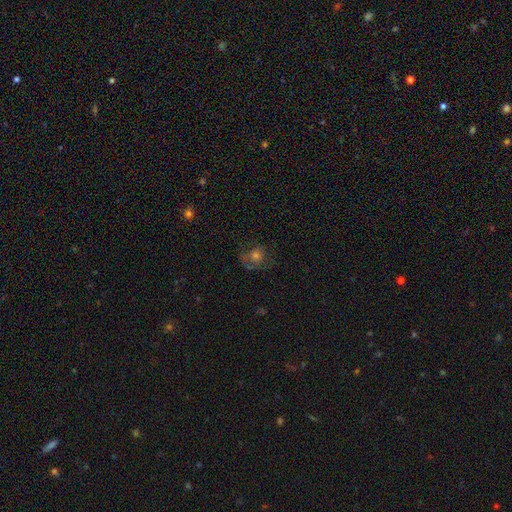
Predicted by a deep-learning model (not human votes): Overall: smooth (42%; featured or disk 39%). Merging: none (61%).